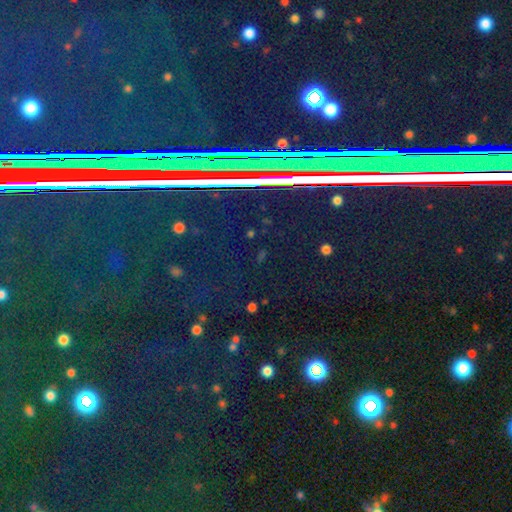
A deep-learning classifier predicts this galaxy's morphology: Q: Smooth or featured?
A: star or artifact (81%); runner-up: smooth (10%)